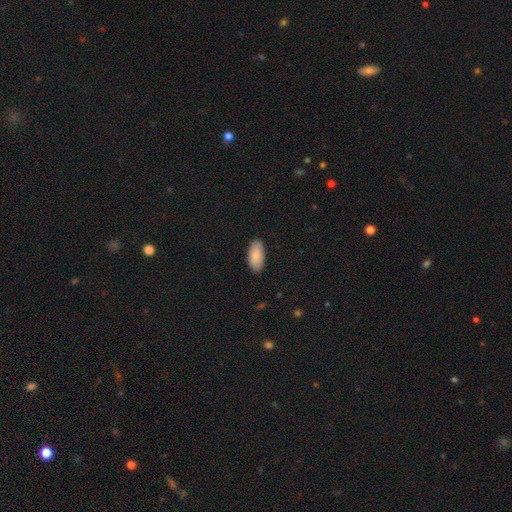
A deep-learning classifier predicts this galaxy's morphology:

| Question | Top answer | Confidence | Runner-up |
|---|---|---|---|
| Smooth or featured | smooth | 89% | star or artifact (6%) |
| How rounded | in between | 92% | cigar-shaped (7%) |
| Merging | none | 88% | minor disturbance (9%) |